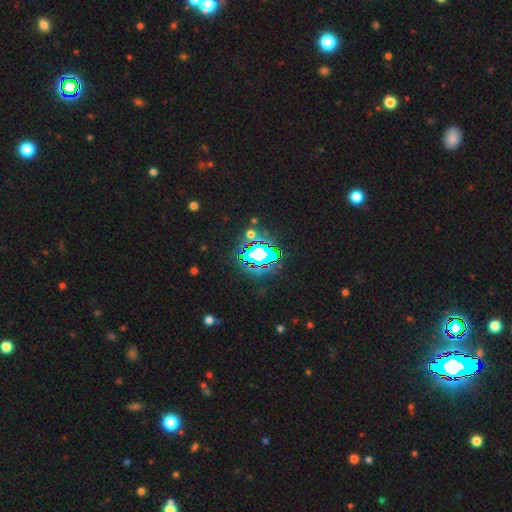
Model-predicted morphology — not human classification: star or artifact 67%, smooth 18%, featured or disk 14%.